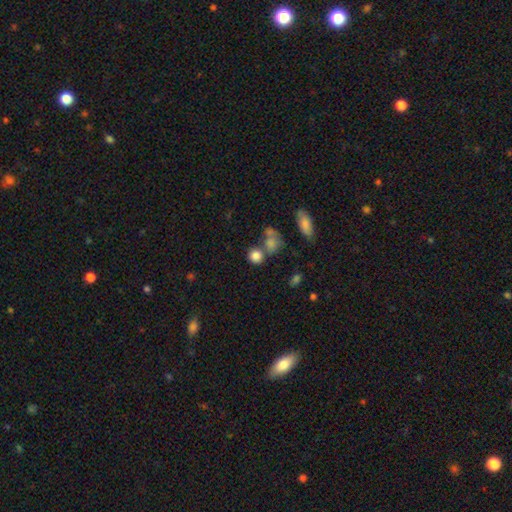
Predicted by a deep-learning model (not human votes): This appears to be a smooth galaxy with no disk features (82%) that is round (83%). Merging: none (58%).